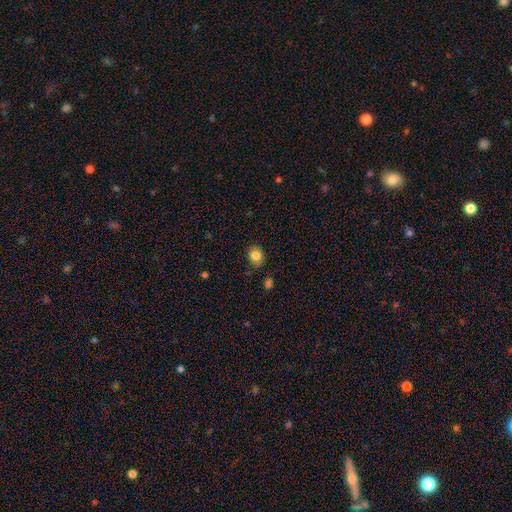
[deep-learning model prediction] This appears to be a smooth galaxy with no disk features (83%) that is round (56%). Merging: none (81%).